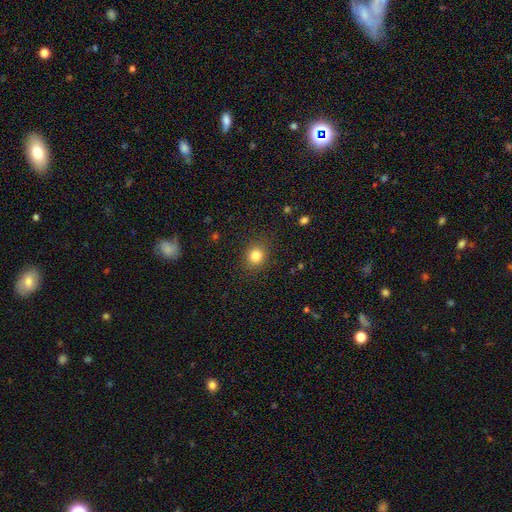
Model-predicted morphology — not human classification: Smooth or featured: smooth — 82% (star or artifact — 12%)
How rounded: round — 79% (in between — 20%)
Merging: none — 87% (minor disturbance — 9%)